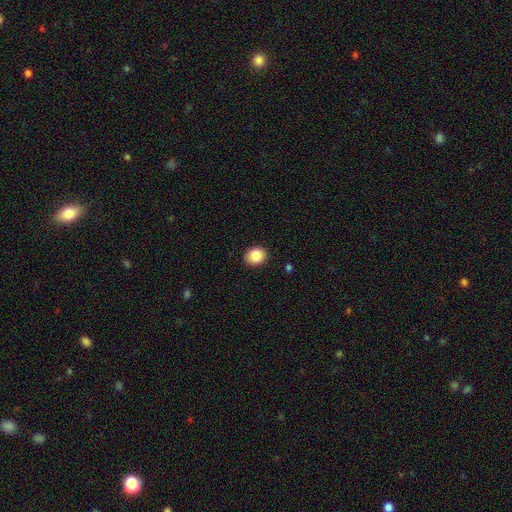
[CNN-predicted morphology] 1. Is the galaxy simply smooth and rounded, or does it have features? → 86% smooth, 9% star or artifact, 5% featured or disk.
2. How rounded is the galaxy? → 64% round, 35% in between, 1% cigar-shaped.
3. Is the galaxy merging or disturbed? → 91% none, 6% minor disturbance, 2% major disturbance, 1% merger.